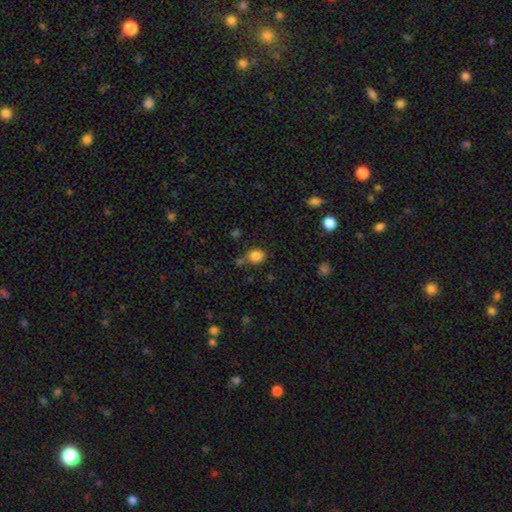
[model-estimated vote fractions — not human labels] The model was most divided on "how rounded": round: 62%, in between: 37%, cigar-shaped: 1%. More confident: smooth or featured — smooth (84%); merging — none (68%).